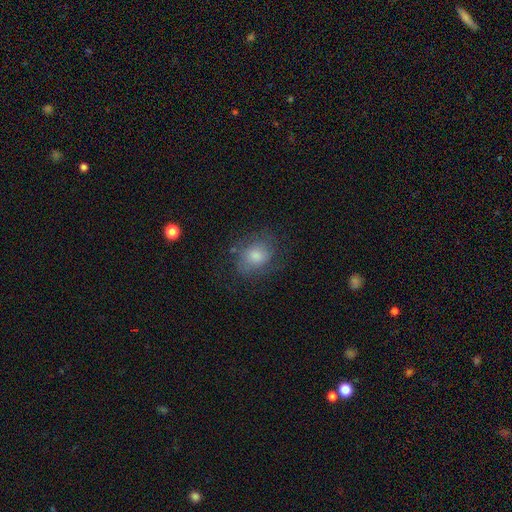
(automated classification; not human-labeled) The model was most divided on "how rounded": in between: 50%, round: 49%, cigar-shaped: 1%. More confident: smooth or featured — smooth (67%); merging — none (65%).